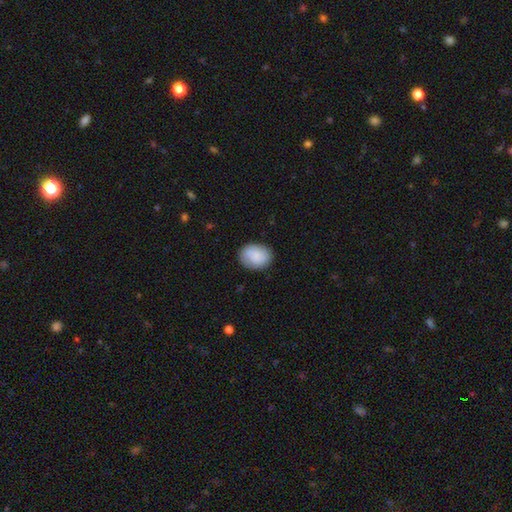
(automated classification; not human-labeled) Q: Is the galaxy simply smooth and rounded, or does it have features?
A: smooth — 79%.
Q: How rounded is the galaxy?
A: in between — 58%.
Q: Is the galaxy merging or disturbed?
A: none — 81%.